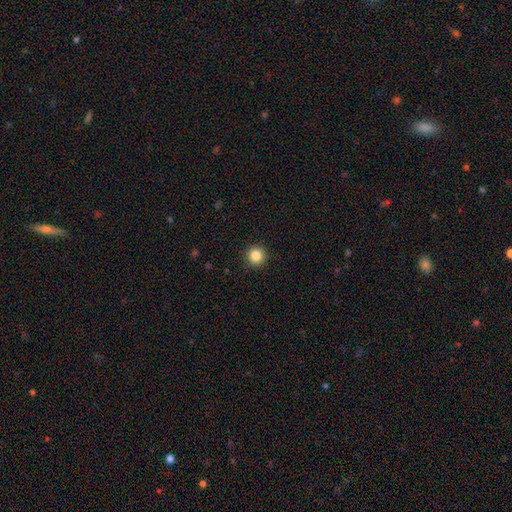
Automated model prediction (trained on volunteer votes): smooth_or_featured: smooth (p=0.85) [alt: star or artifact p=0.11]
how_rounded: round (p=0.95) [alt: in between p=0.04]
merging: none (p=0.93) [alt: minor disturbance p=0.05]